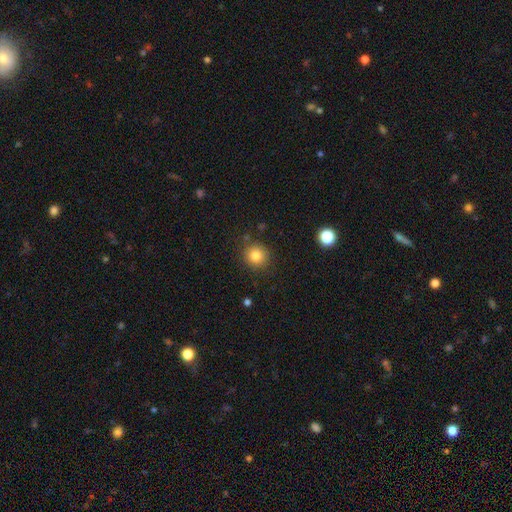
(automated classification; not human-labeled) smooth 81%, star or artifact 12%, featured or disk 7%. Down the decision tree: how rounded — round (91%); merging — none (87%).